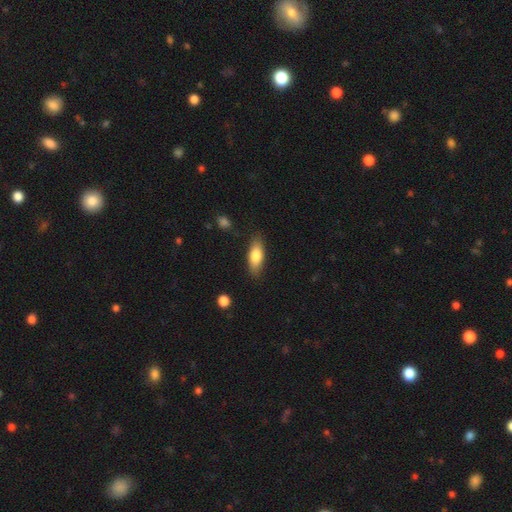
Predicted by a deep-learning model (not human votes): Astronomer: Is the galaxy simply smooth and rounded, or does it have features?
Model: smooth — 78%.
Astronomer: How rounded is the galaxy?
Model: in between — 72%.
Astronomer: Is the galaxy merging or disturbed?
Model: none — 83%.